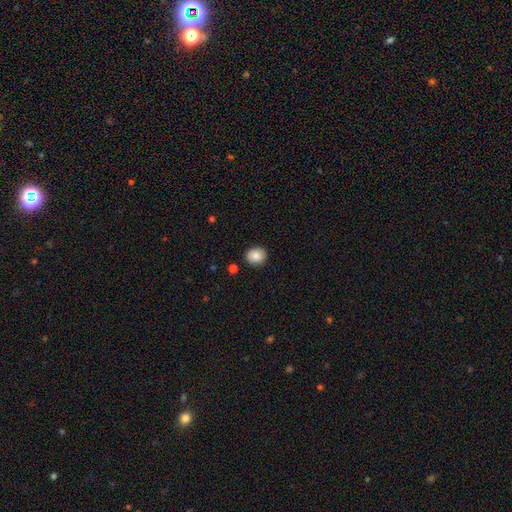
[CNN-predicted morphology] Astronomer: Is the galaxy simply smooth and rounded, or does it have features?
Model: smooth — 86%.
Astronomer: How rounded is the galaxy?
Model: round — 63%.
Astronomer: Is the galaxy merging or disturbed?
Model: none — 88%.